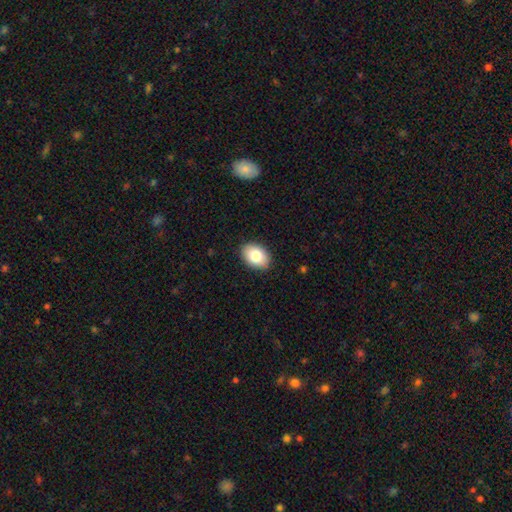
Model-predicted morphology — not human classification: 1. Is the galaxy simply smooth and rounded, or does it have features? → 81% smooth, 11% featured or disk, 7% star or artifact.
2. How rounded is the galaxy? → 83% in between, 16% round, 1% cigar-shaped.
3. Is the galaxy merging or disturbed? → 89% none, 8% minor disturbance, 2% major disturbance, 1% merger.